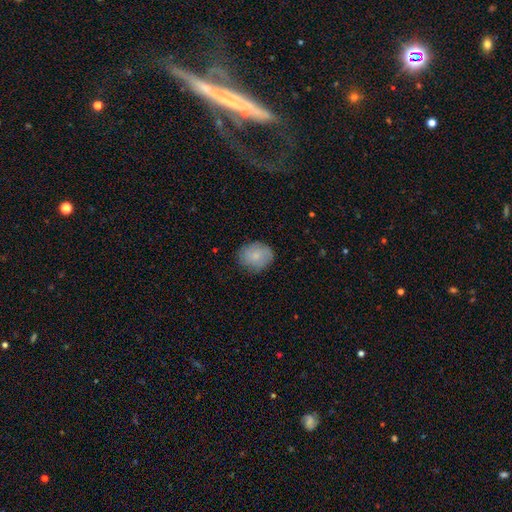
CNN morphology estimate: This appears to be a smooth galaxy with no disk features (78%) that is round (59%). Merging: none (79%).